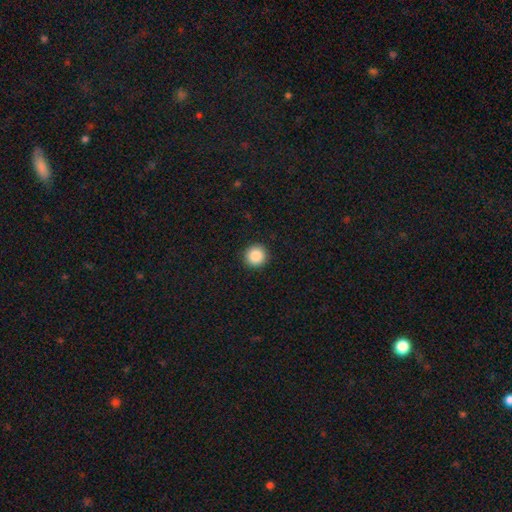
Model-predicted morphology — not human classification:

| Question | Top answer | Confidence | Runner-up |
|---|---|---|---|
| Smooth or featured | smooth | 88% | star or artifact (9%) |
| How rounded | round | 96% | in between (3%) |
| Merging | none | 93% | minor disturbance (5%) |